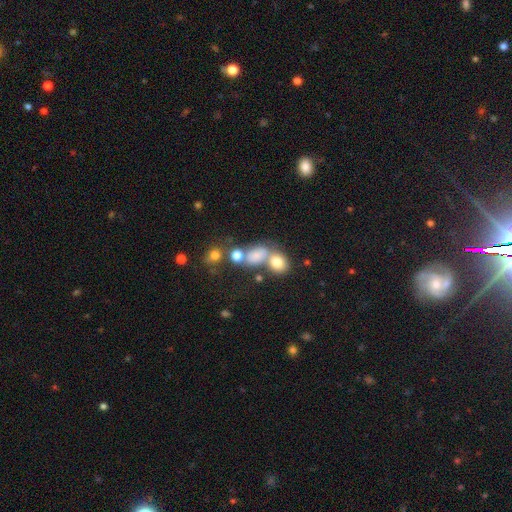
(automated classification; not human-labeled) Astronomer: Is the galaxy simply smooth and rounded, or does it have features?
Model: smooth — 71%.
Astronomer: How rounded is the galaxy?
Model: in between — 67%.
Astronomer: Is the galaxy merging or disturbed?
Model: merger — 44% (runner-up: none, 34%).